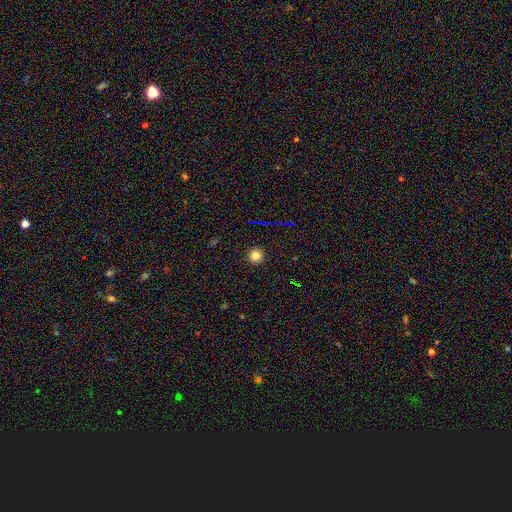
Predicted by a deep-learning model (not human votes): Overall: smooth (79%). How rounded: round (93%). Merging: none (92%).